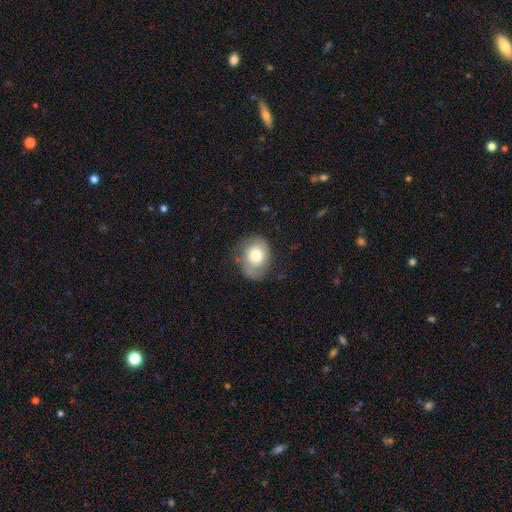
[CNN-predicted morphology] type=smooth (69%); roundness=round (51%); merging=none (65%).